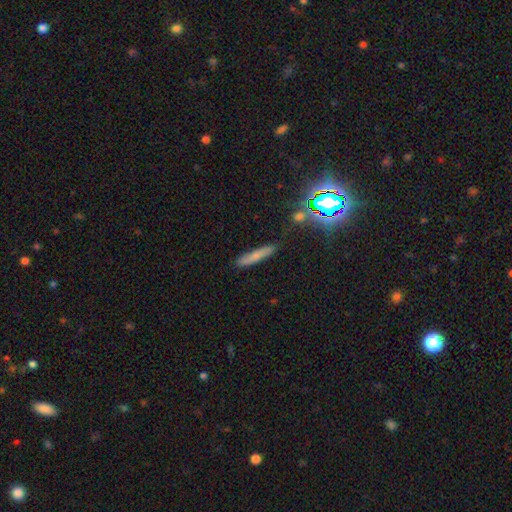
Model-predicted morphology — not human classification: A smooth galaxy with no disk features (63%) that is cigar-shaped (89%). Merging: none (83%).